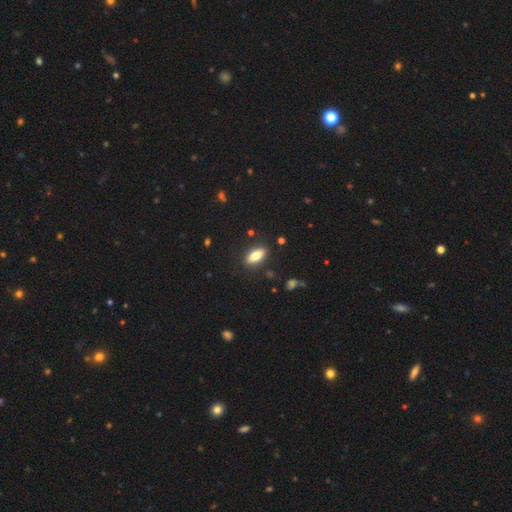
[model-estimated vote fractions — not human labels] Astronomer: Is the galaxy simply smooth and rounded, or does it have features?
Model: smooth — 74%.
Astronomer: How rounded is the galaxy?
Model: in between — 80%.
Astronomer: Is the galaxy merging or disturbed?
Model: none — 86%.